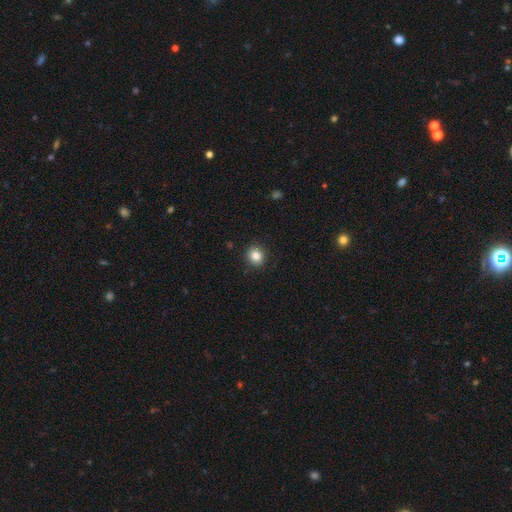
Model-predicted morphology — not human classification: This appears to be a smooth galaxy with no disk features (85%) that is round (78%). Merging: none (90%).